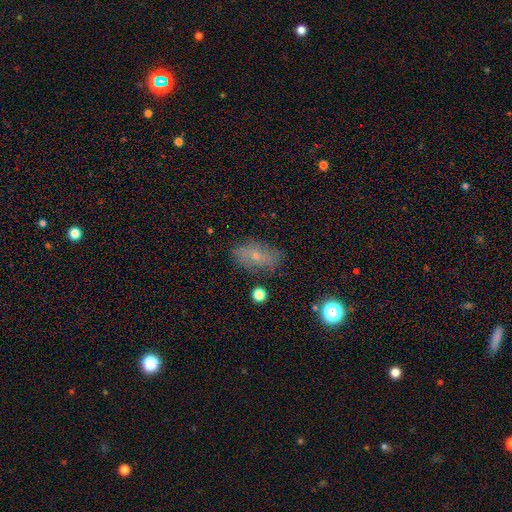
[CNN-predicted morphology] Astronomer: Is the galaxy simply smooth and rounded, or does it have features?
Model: smooth — 55% (runner-up: featured or disk, 33%).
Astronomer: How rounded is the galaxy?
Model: in between — 87%.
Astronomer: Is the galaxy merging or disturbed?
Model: none — 75%.